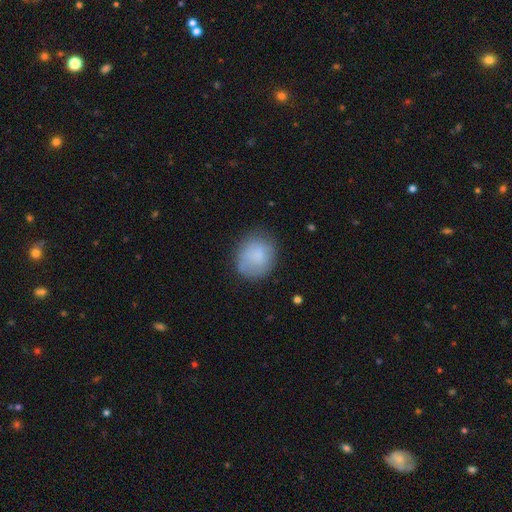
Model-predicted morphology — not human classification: Smooth or featured? Predicted: smooth (p=0.80). How rounded? Predicted: round (p=0.65). Merging? Predicted: none (p=0.71).